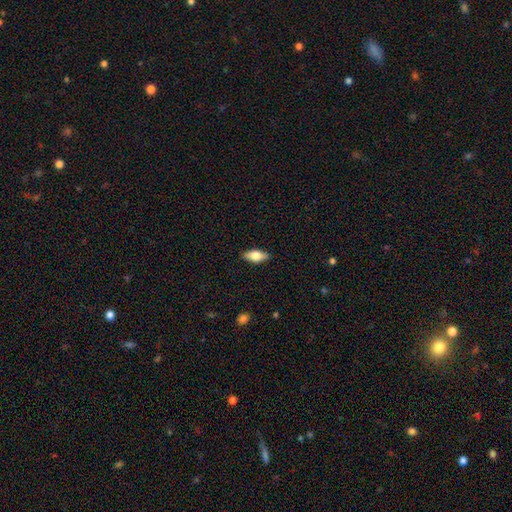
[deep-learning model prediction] Smooth or featured: smooth — 63% (featured or disk — 30%)
How rounded: in between — 79% (cigar-shaped — 17%)
Merging: none — 88% (minor disturbance — 9%)